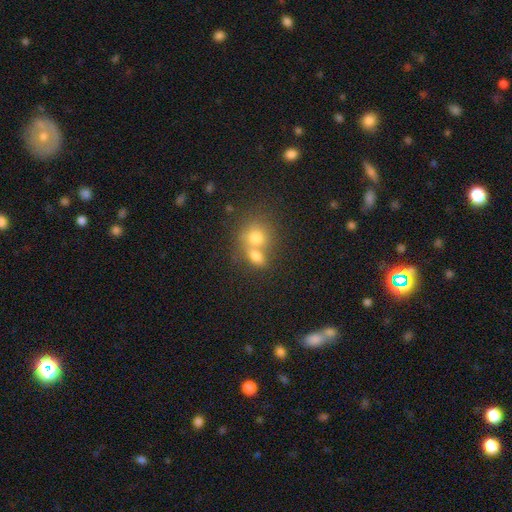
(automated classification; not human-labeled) Morphology: type=smooth (74%); roundness=in between (50%); merging=merger (61%).